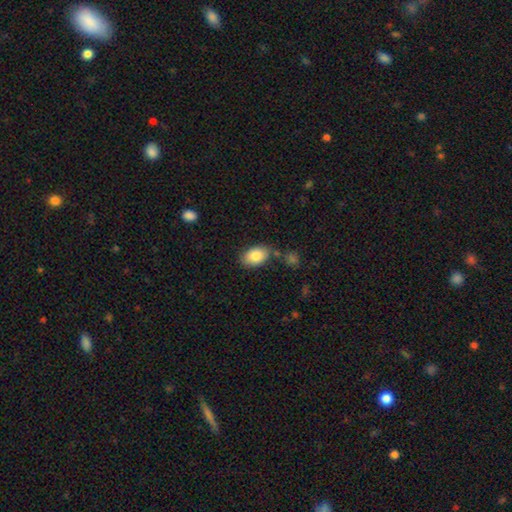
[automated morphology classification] Smooth or featured?
  - smooth: 84% *
  - featured or disk: 9%
  - star or artifact: 7%
How rounded?
  - in between: 89% *
  - round: 9%
  - cigar-shaped: 1%
Merging?
  - none: 75% *
  - minor disturbance: 15%
  - merger: 6%
  - major disturbance: 4%